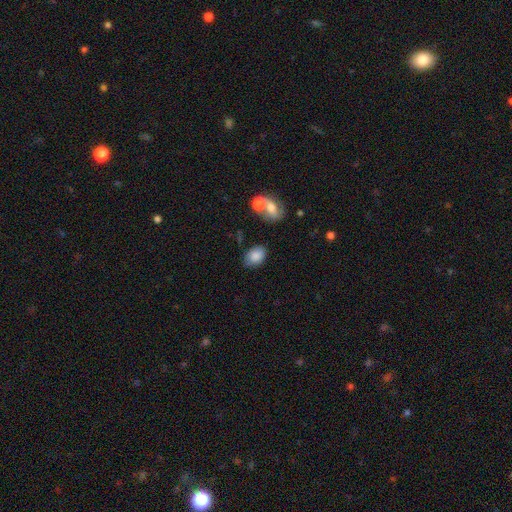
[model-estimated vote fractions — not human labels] Morphology: type=smooth (84%); roundness=in between (79%); merging=none (72%).